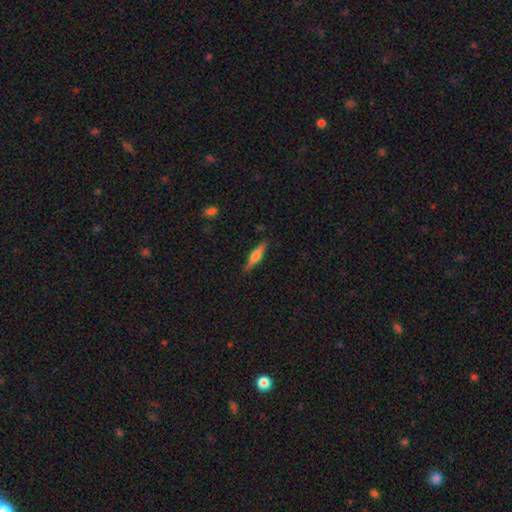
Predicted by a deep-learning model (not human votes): Smooth or featured: featured or disk — 48% (smooth — 45%)
Merging: none — 86% (minor disturbance — 11%)